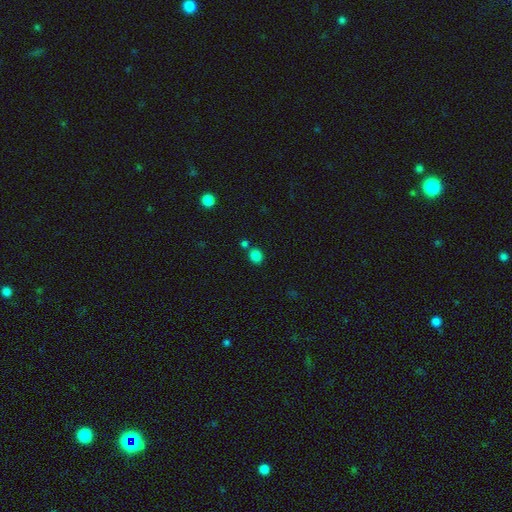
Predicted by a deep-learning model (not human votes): A smooth galaxy with no disk features (84%) that is round (74%). Merging: none (71%).